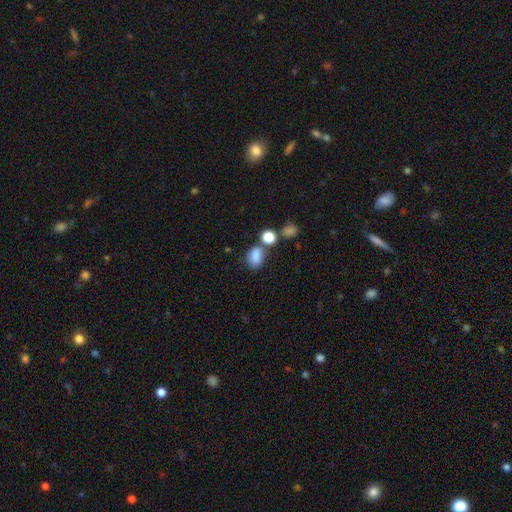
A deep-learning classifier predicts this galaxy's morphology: This appears to be a smooth galaxy with no disk features (82%) that is in between round and cigar-shaped (72%). Merging: none (56%).